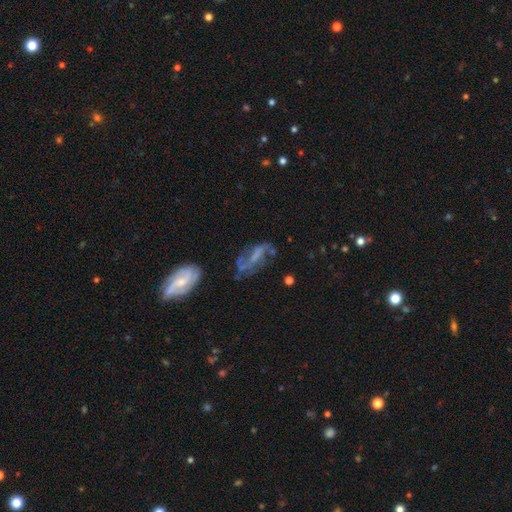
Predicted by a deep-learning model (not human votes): smooth_or_featured: featured or disk (p=0.65) [alt: smooth p=0.22]
disk_edge_on: no (p=0.93) [alt: yes p=0.07]
bar: weak (p=0.37) [tied with: no p=0.37]
has_spiral_arms: yes (p=0.71) [alt: no p=0.29]
bulge_size: none (p=0.55) [alt: small p=0.25]
merging: none (p=0.42) [alt: major disturbance p=0.28]